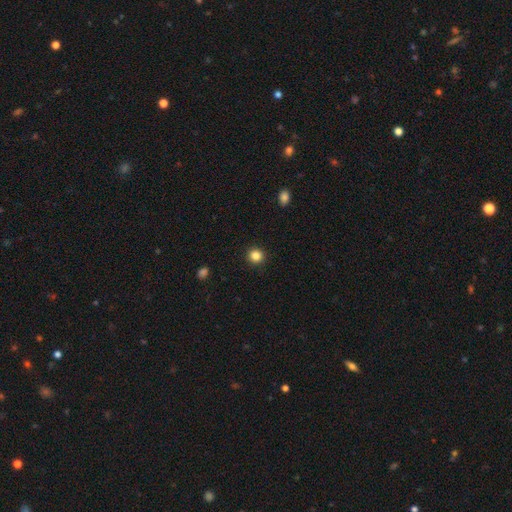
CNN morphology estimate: smooth 85%, star or artifact 11%, featured or disk 4%. Down the decision tree: how rounded — round (93%); merging — none (93%).